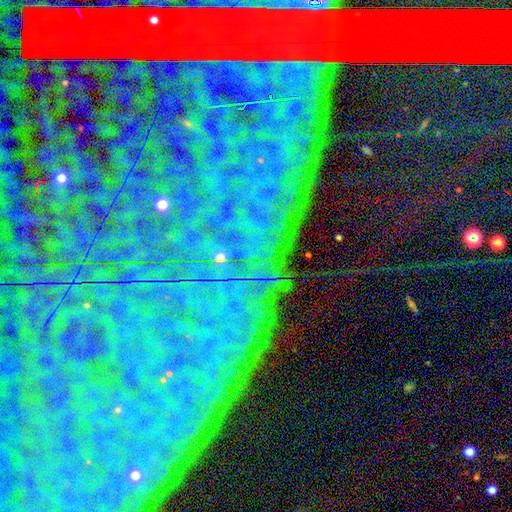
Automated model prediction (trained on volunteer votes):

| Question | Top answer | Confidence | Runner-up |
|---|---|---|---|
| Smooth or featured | star or artifact | 86% | featured or disk (7%) |